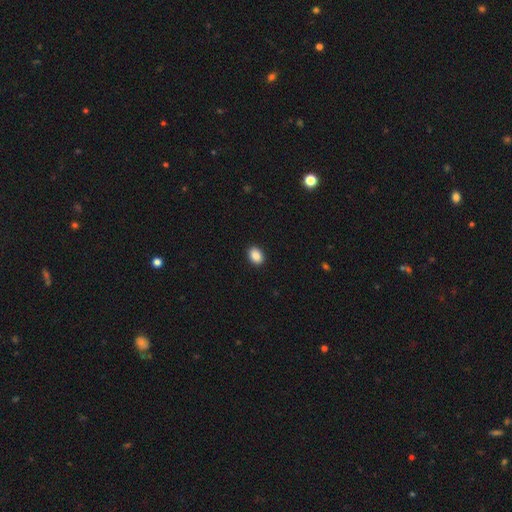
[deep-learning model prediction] smooth 89%, star or artifact 8%, featured or disk 4%. Down the decision tree: how rounded — in between (75%); merging — none (92%).